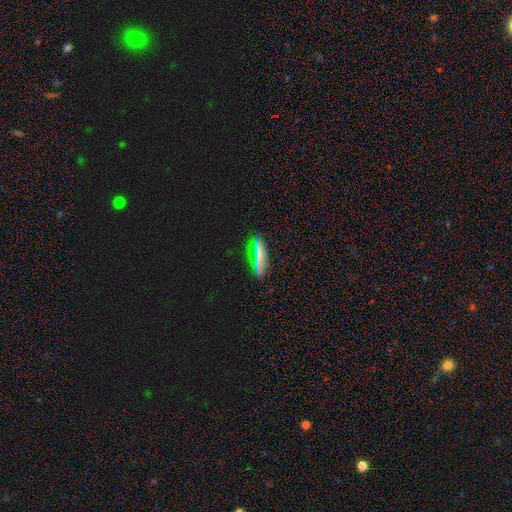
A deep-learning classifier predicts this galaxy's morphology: The model was most divided on "how rounded": cigar-shaped: 57%, in between: 35%, round: 8%. More confident: merging — none (87%); smooth or featured — smooth (54%).